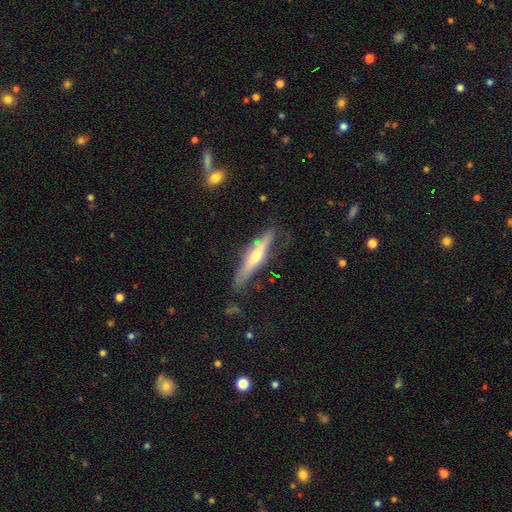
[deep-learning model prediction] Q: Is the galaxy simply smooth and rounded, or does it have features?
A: featured or disk — 62%.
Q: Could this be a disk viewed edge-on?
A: yes — 91%.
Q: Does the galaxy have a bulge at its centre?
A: rounded — 82%.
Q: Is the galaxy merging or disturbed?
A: none — 73%.